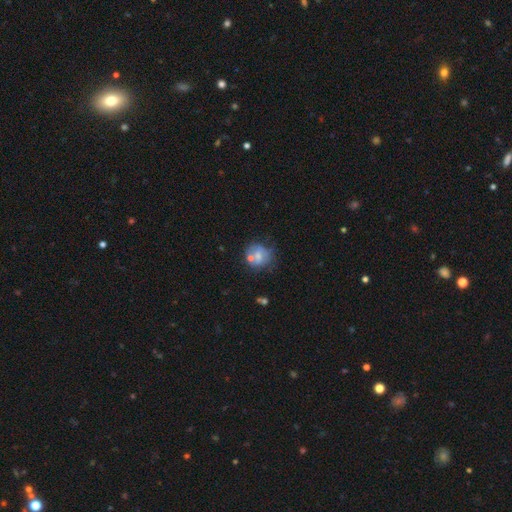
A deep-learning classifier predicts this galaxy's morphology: This is possibly a smooth galaxy (51%). How rounded: likely round (79%). Merging: possibly none (54%).